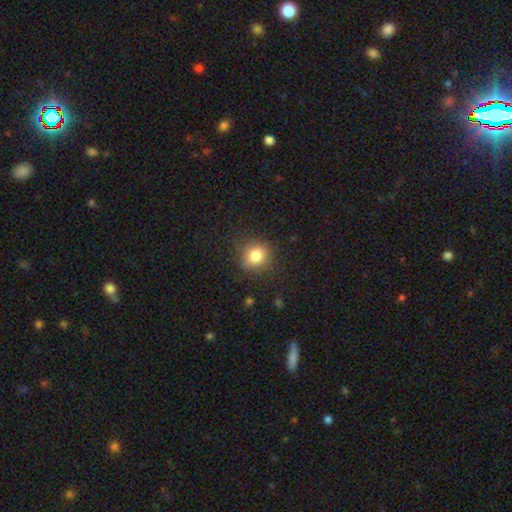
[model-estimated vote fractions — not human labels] smooth-or-featured: smooth: 82% | star or artifact: 11% | featured or disk: 7%
  how-rounded: round: 83% | in between: 16% | cigar-shaped: 1%
  merging: none: 84% | minor disturbance: 11% | major disturbance: 4% | merger: 1%